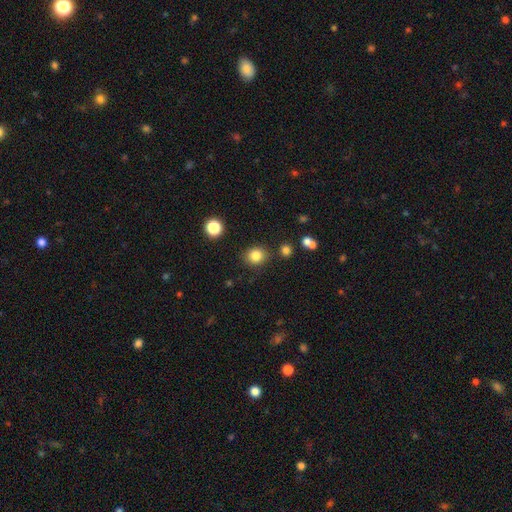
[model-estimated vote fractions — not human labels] This is clearly a smooth galaxy (83%). How rounded: likely round (78%). Merging: clearly none (85%).